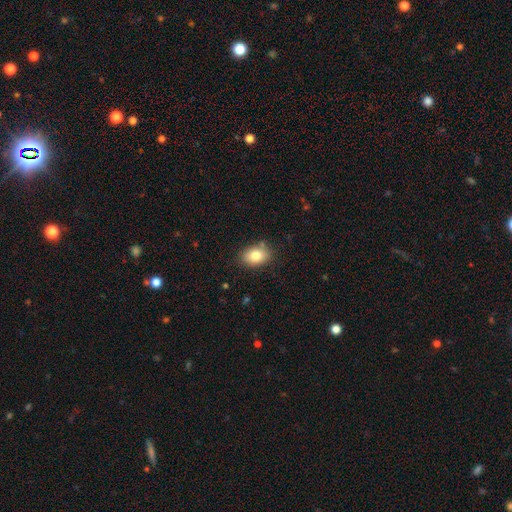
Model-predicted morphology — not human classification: Overall: smooth (81%). How rounded: in between (78%). Merging: none (82%).